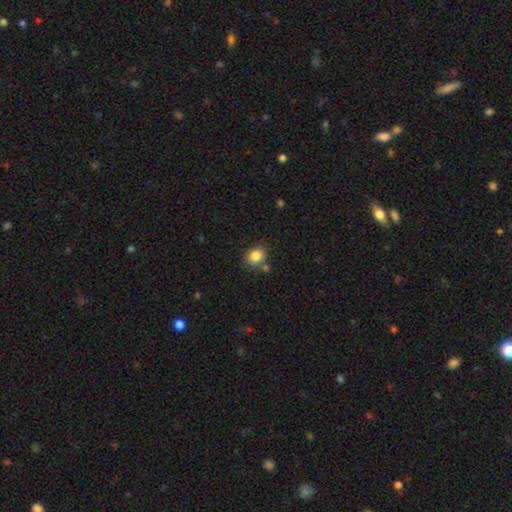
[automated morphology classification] smooth_or_featured: smooth (p=0.83) [alt: star or artifact p=0.10]
how_rounded: round (p=0.63) [alt: in between p=0.36]
merging: none (p=0.72) [alt: minor disturbance p=0.13]